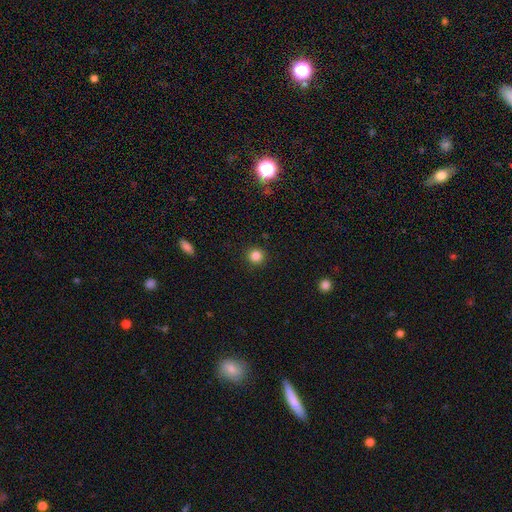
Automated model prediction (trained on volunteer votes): Morphology: type=smooth (84%); roundness=round (94%); merging=none (92%).